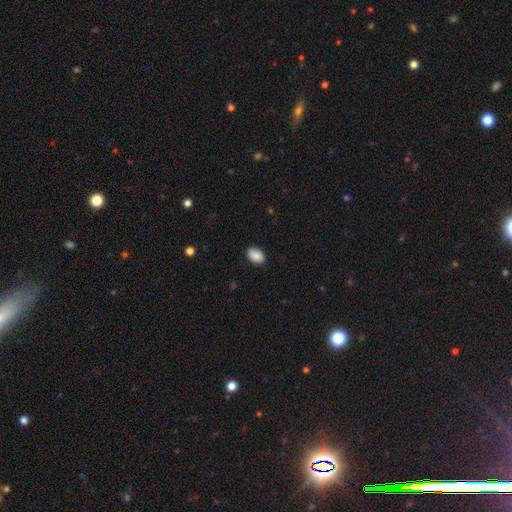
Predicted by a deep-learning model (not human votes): Morphology: type=smooth (90%); roundness=in between (87%); merging=none (86%).